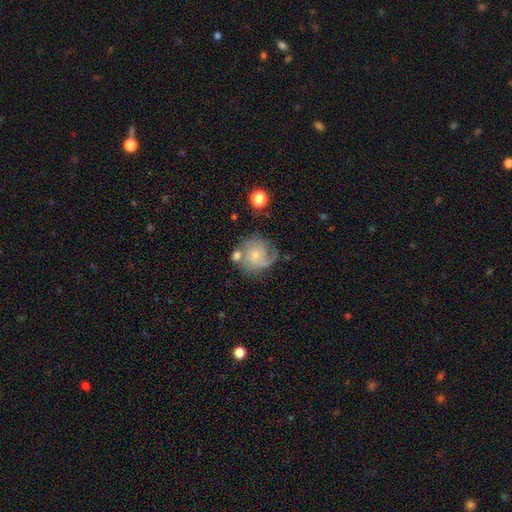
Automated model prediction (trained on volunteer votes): Smooth or featured?
  - featured or disk: 70% *
  - smooth: 22%
  - star or artifact: 8%
Edge-on disk?
  - no: 98% *
  - yes: 2%
Bar?
  - no: 71% *
  - weak: 26%
  - strong: 3%
Spiral arms?
  - yes: 92% *
  - no: 8%
Spiral winding?
  - medium: 41% *
  - tight: 40%
  - loose: 19%
Spiral arm count?
  - 2: 38% *
  - can't tell: 21%
  - 3: 18%
  - 1: 15%
  - 4: 4%
  - more than 4: 4%
Bulge size?
  - small: 64% *
  - moderate: 26%
  - none: 6%
  - large: 2%
  - dominant: 1%
Merging?
  - none: 52% *
  - minor disturbance: 21%
  - major disturbance: 13%
  - merger: 13%